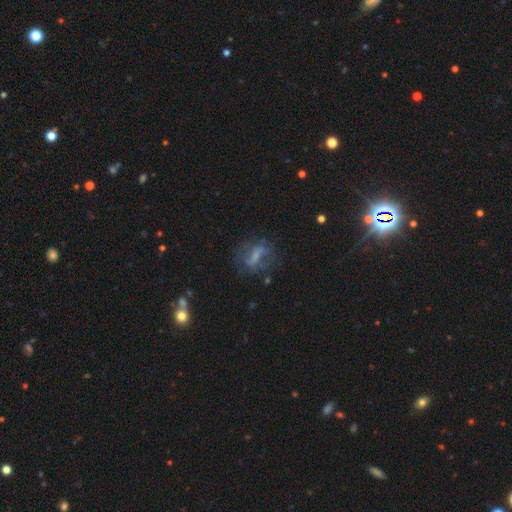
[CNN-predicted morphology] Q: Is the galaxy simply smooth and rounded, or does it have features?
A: featured or disk — 48%.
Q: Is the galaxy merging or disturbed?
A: none — 56%.